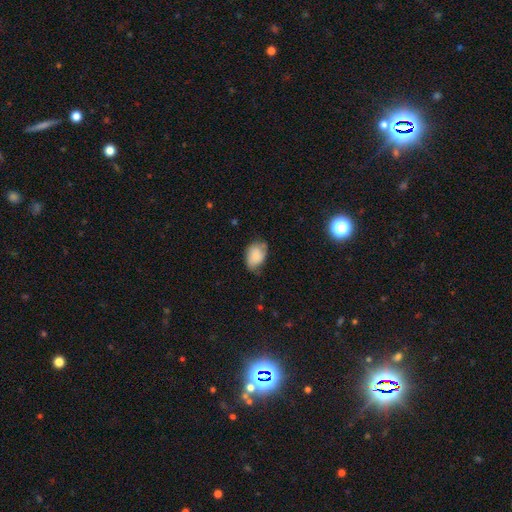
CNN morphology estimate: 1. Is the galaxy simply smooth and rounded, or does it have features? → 78% smooth, 14% featured or disk, 8% star or artifact.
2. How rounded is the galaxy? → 83% in between, 16% round, 1% cigar-shaped.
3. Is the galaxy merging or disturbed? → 50% none, 38% minor disturbance, 10% major disturbance, 2% merger.